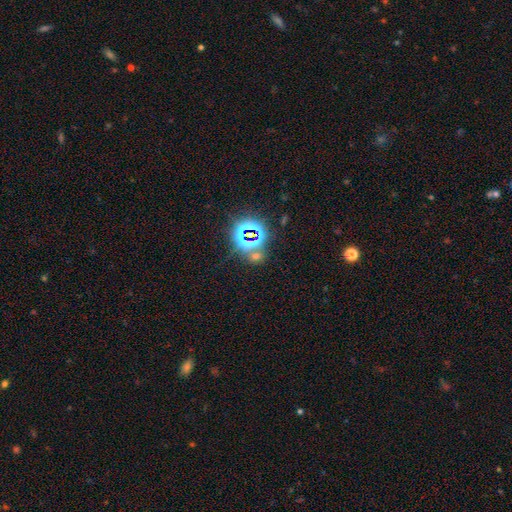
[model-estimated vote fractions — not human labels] Smooth or featured? star or artifact (63%)